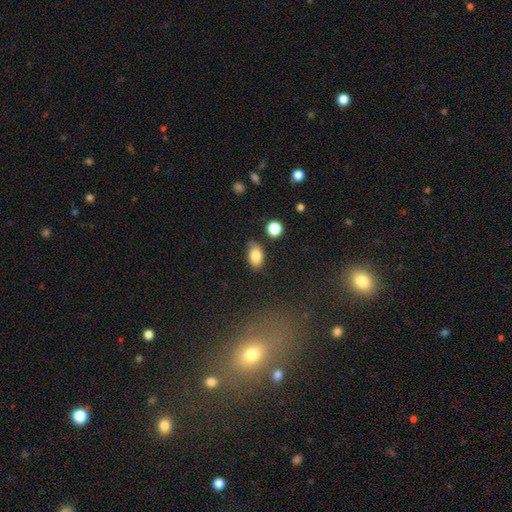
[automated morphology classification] Smooth or featured: smooth — 82% (featured or disk — 10%)
How rounded: in between — 88% (round — 10%)
Merging: none — 72% (minor disturbance — 20%)